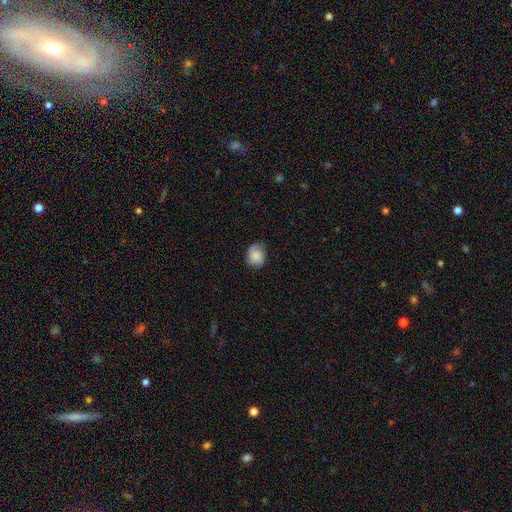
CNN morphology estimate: A smooth galaxy with no disk features (68%) that is round (56%).

Vote fractions:
- Smooth or featured? smooth: 68% / featured or disk: 23% / star or artifact: 9%
- How rounded? round: 56% / in between: 43% / cigar-shaped: 1%
- Merging? none: 73% / minor disturbance: 21% / major disturbance: 6% / merger: 1%